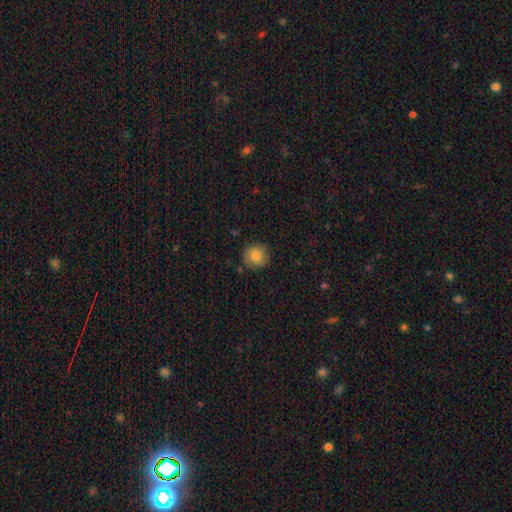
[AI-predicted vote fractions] The model was most divided on "smooth or featured": smooth: 84%, star or artifact: 9%, featured or disk: 8%. More confident: how rounded — round (92%); merging — none (86%).